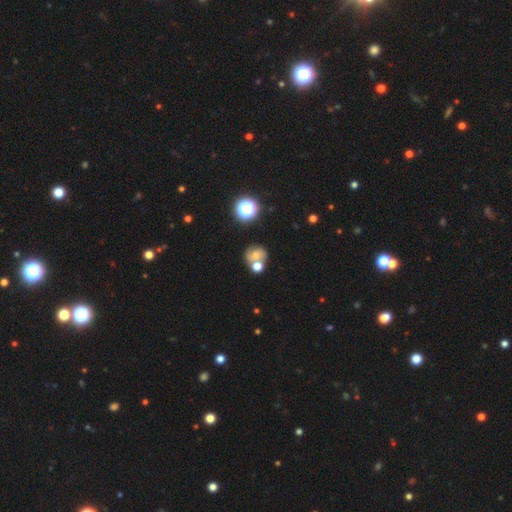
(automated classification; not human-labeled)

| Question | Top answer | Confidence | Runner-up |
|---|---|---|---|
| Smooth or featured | smooth | 46% | featured or disk (36%) |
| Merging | none | 45% | merger (33%) |